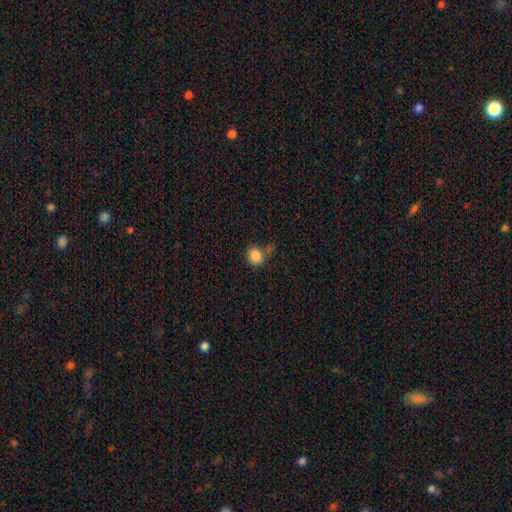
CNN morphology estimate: Overall: smooth (86%). How rounded: round (71%). Merging: none (64%).